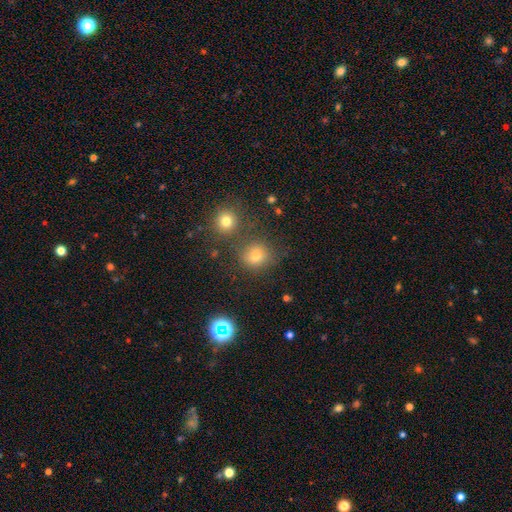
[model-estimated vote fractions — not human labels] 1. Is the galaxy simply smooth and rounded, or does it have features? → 68% smooth, 23% star or artifact, 9% featured or disk.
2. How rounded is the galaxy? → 83% round, 16% in between, 1% cigar-shaped.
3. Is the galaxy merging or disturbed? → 74% none, 12% minor disturbance, 9% merger, 5% major disturbance.